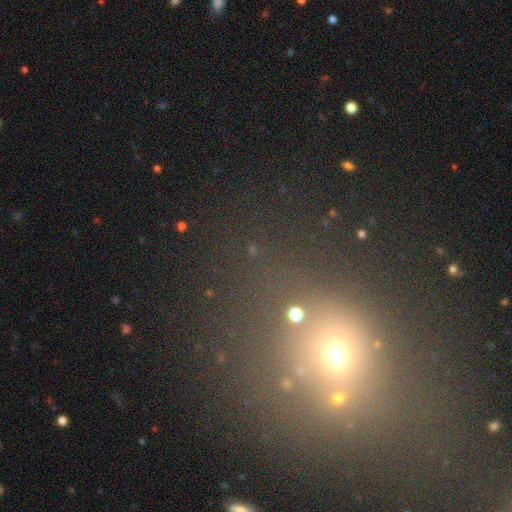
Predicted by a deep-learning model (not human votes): Smooth or featured? Predicted: star or artifact (p=0.52).